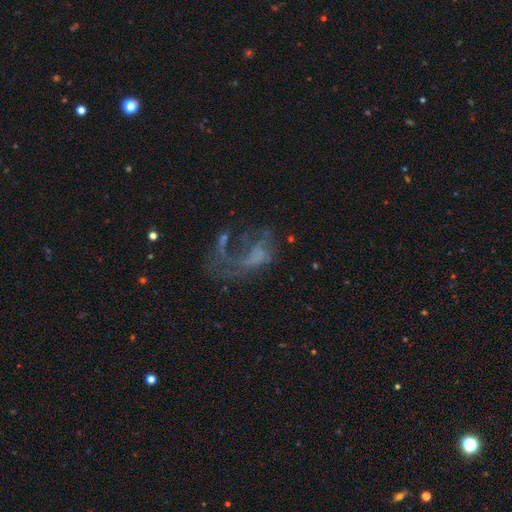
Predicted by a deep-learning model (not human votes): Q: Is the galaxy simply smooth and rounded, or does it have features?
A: featured or disk — 61%.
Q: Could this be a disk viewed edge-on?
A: no — 97%.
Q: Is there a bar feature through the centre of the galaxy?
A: no — 78%.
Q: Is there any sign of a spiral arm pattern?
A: no — 54%.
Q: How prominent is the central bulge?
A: none — 71%.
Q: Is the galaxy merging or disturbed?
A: major disturbance — 55%.